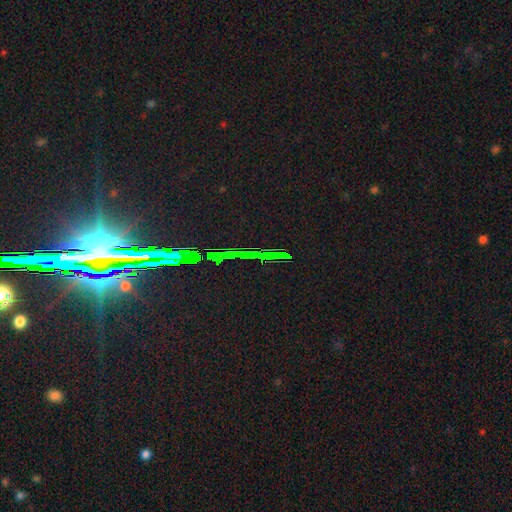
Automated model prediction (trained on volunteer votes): This appears to be a star or artifact, not a galaxy (83%).